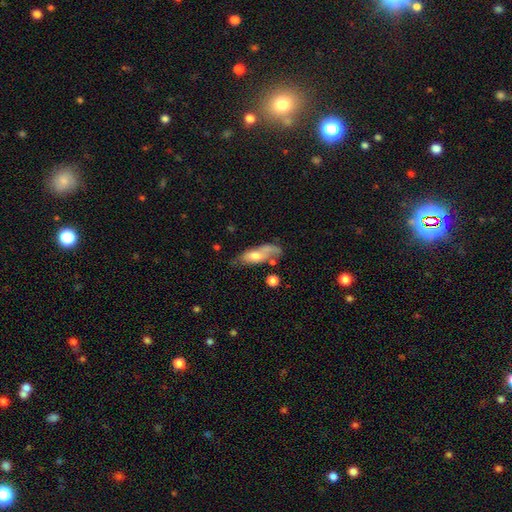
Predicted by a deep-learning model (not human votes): Smooth or featured?
  - smooth: 50% *
  - featured or disk: 43%
  - star or artifact: 8%
Merging?
  - none: 38% *
  - minor disturbance: 27%
  - major disturbance: 23%
  - merger: 11%